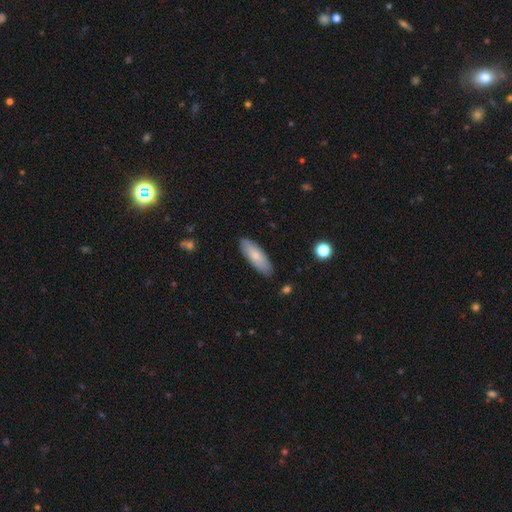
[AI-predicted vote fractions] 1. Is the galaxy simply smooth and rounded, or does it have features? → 77% smooth, 18% featured or disk, 6% star or artifact.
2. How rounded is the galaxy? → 58% in between, 40% cigar-shaped, 2% round.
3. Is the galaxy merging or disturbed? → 86% none, 10% minor disturbance, 2% major disturbance, 1% merger.